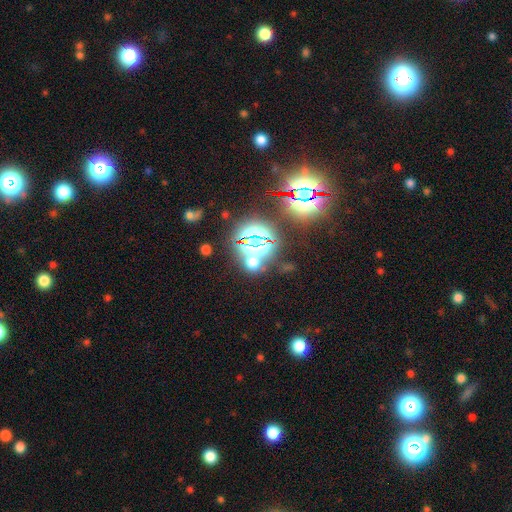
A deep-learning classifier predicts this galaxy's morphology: star or artifact 80%, smooth 13%, featured or disk 7%.